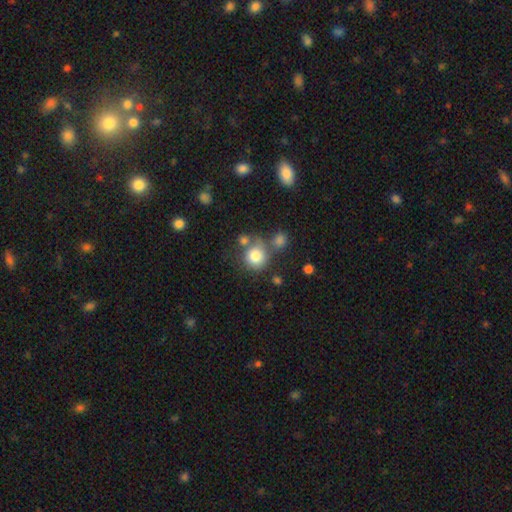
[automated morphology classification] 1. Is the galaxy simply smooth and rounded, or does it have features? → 80% smooth, 11% star or artifact, 10% featured or disk.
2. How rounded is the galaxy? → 87% round, 12% in between, 1% cigar-shaped.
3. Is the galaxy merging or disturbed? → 56% none, 24% merger, 13% minor disturbance, 7% major disturbance.